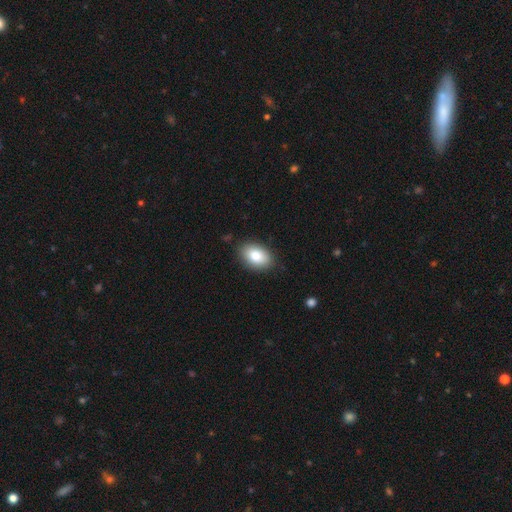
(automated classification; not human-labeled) Smooth or featured: smooth — 83% (featured or disk — 10%)
How rounded: in between — 91% (round — 8%)
Merging: none — 86% (minor disturbance — 11%)